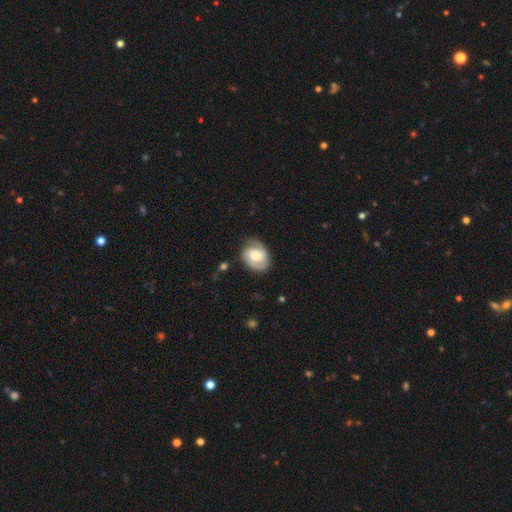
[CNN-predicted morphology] Smooth or featured: featured or disk — 47% (smooth — 45%)
Merging: none — 66% (minor disturbance — 24%)